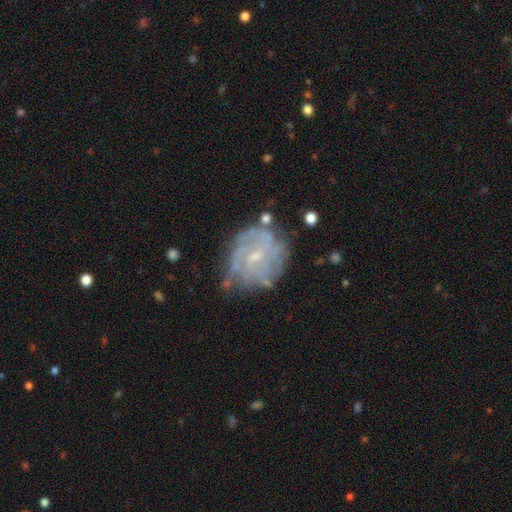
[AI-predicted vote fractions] Smooth or featured? featured or disk (77%)
Edge-on disk? no (97%)
Bar? no (53%)
Spiral arms? yes (82%)
Spiral winding? tight (63%)
Spiral arm count? can't tell (51%)
Bulge size? small (68%)
Merging? none (62%)